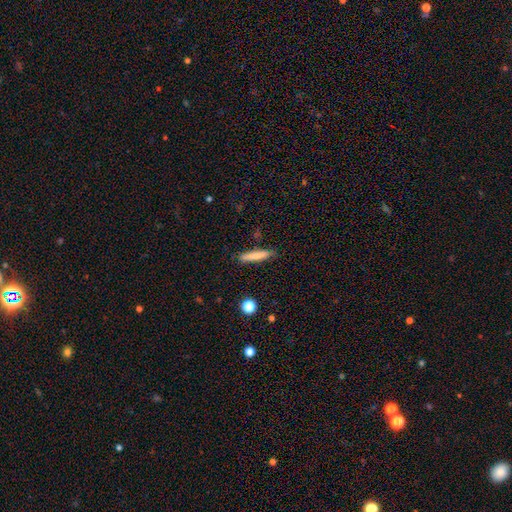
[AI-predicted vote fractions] The model was most divided on "smooth or featured": smooth: 78%, featured or disk: 15%, star or artifact: 7%. More confident: how rounded — cigar-shaped (90%); merging — none (85%).